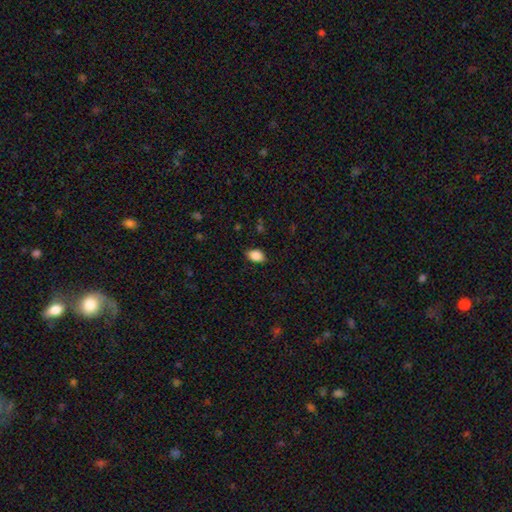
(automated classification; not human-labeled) Smooth or featured?
  - smooth: 88% *
  - star or artifact: 8%
  - featured or disk: 4%
How rounded?
  - in between: 87% *
  - round: 11%
  - cigar-shaped: 2%
Merging?
  - none: 83% *
  - minor disturbance: 14%
  - major disturbance: 3%
  - merger: 1%